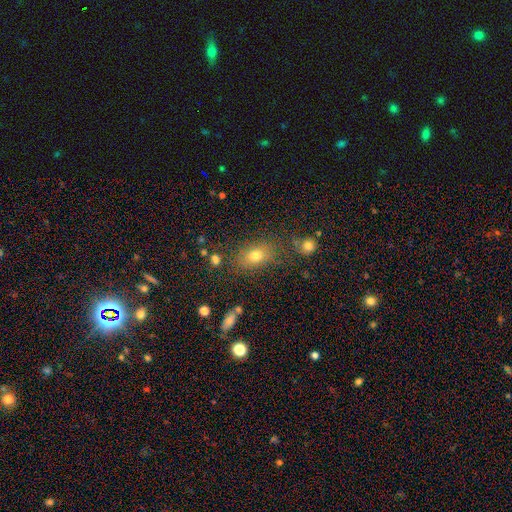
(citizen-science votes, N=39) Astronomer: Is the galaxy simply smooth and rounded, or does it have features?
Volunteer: smooth — 69%.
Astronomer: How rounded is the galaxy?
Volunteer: in between — 81%.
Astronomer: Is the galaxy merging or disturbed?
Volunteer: none — 80%.